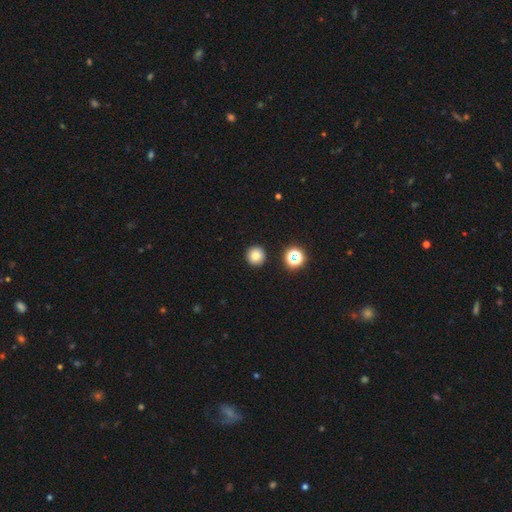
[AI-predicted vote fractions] Smooth or featured? Predicted: smooth (p=0.81). How rounded? Predicted: round (p=0.96). Merging? Predicted: none (p=0.91).